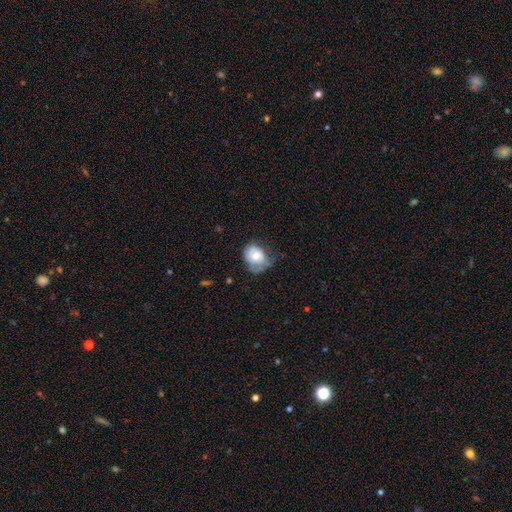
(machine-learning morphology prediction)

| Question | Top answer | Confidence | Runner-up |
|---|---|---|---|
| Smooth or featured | smooth | 65% | featured or disk (27%) |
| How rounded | round | 54% | in between (46%) |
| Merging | minor disturbance | 37% | tied: none (37%) |